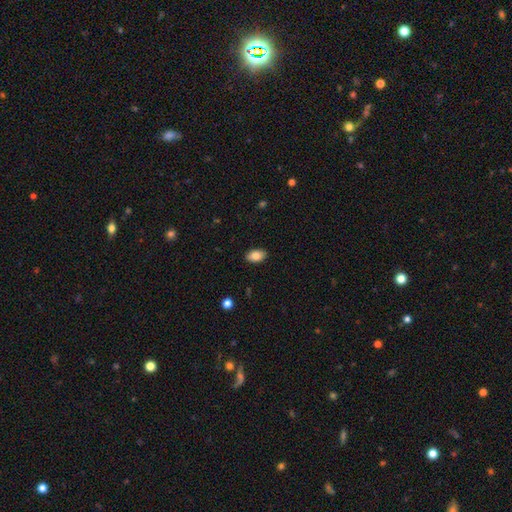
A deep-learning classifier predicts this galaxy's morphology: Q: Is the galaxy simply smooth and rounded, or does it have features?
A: smooth — 84%.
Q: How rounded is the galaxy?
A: in between — 92%.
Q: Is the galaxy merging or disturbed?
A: none — 89%.